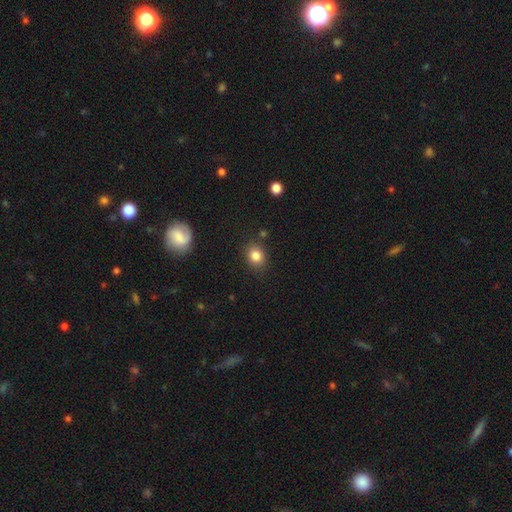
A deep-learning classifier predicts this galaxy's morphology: Smooth or featured? Predicted: smooth (p=0.84). How rounded? Predicted: round (p=0.59). Merging? Predicted: none (p=0.83).